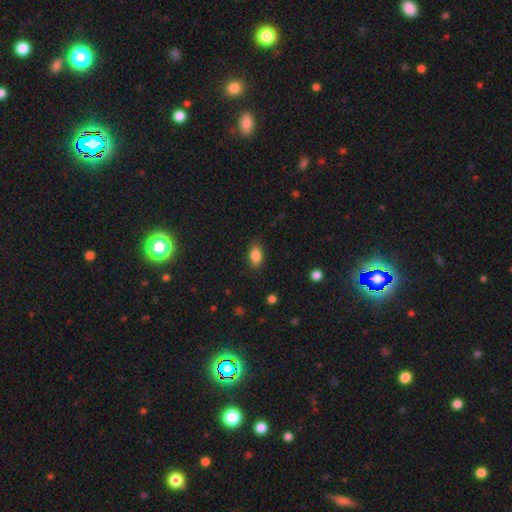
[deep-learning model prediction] A smooth galaxy with no disk features (86%) that is in between round and cigar-shaped (89%). Merging: none (84%).